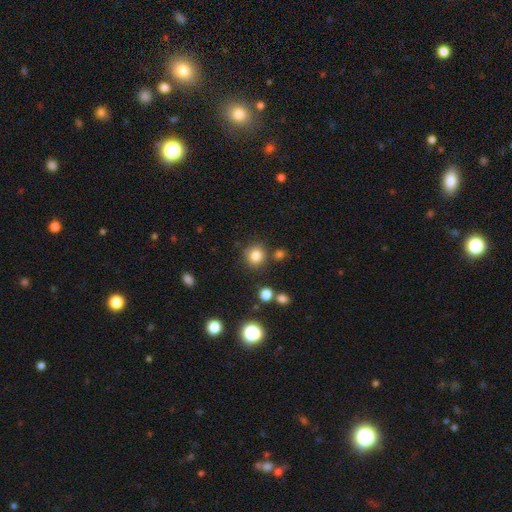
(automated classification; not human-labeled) A smooth galaxy with no disk features (81%) that is round (88%). Merging: none (82%).